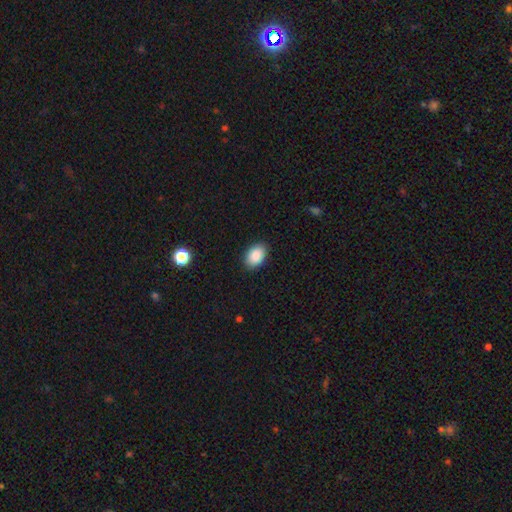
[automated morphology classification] This is clearly a smooth galaxy (89%). How rounded: clearly in between (84%). Merging: clearly none (88%).